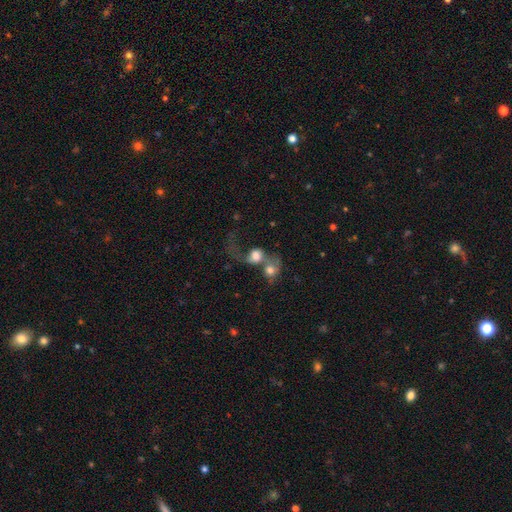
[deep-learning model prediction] smooth-or-featured: smooth: 59% | featured or disk: 31% | star or artifact: 10%
  how-rounded: round: 62% | in between: 36% | cigar-shaped: 2%
  merging: merger: 73% | major disturbance: 13% | none: 10% | minor disturbance: 5%